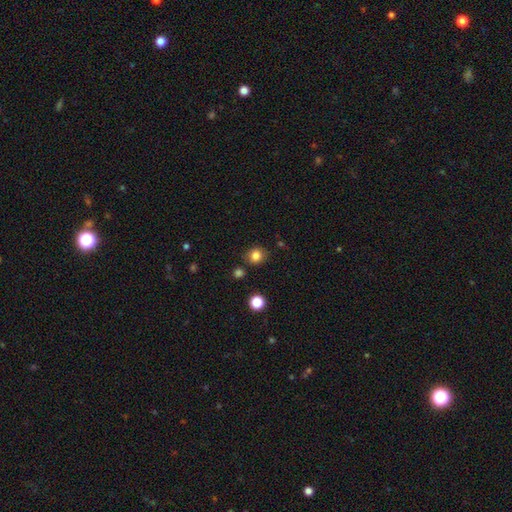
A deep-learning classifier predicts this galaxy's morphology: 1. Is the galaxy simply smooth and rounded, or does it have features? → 83% smooth, 12% star or artifact, 5% featured or disk.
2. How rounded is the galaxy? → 83% round, 16% in between, 1% cigar-shaped.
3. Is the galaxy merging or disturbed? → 83% none, 10% minor disturbance, 4% merger, 3% major disturbance.